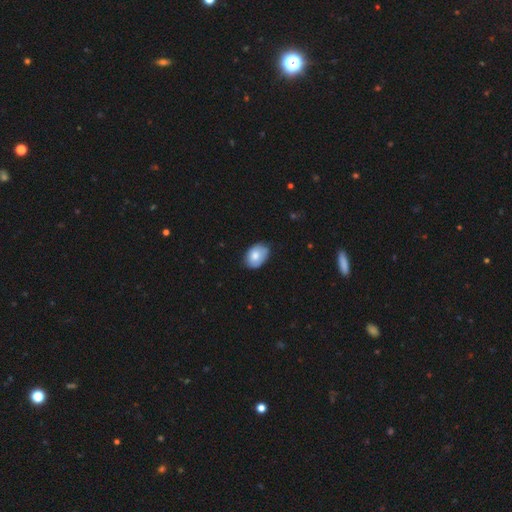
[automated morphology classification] The model was most divided on "merging": none: 73%, minor disturbance: 22%, major disturbance: 3%, merger: 1%. More confident: how rounded — in between (80%); smooth or featured — smooth (77%).